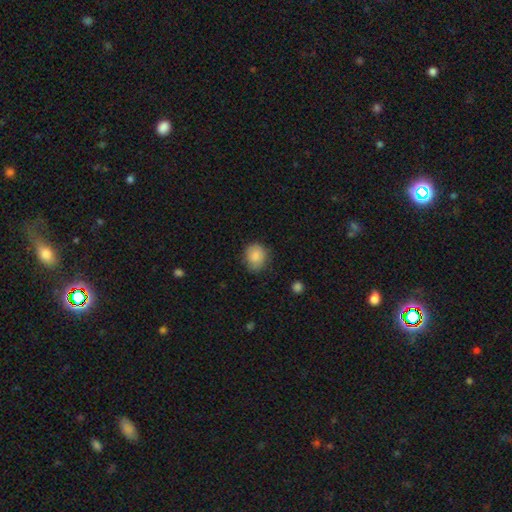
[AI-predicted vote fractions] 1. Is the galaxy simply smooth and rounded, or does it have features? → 86% smooth, 8% star or artifact, 6% featured or disk.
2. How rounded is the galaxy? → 68% round, 31% in between, 1% cigar-shaped.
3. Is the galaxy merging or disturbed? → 77% none, 18% minor disturbance, 4% major disturbance, 1% merger.